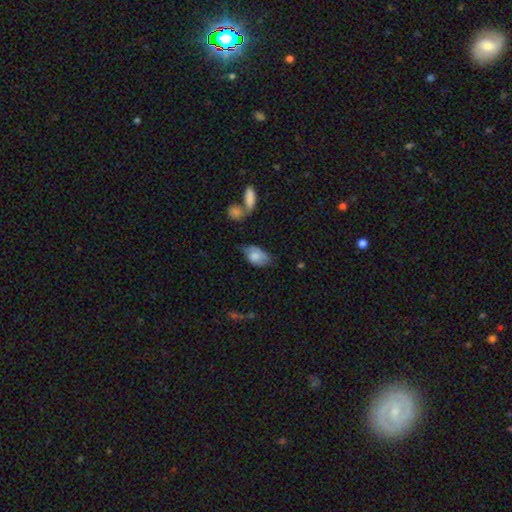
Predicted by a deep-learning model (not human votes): The model was most divided on "merging": none: 40%, minor disturbance: 39%, major disturbance: 17%, merger: 5%. More confident: how rounded — in between (89%); smooth or featured — smooth (70%).